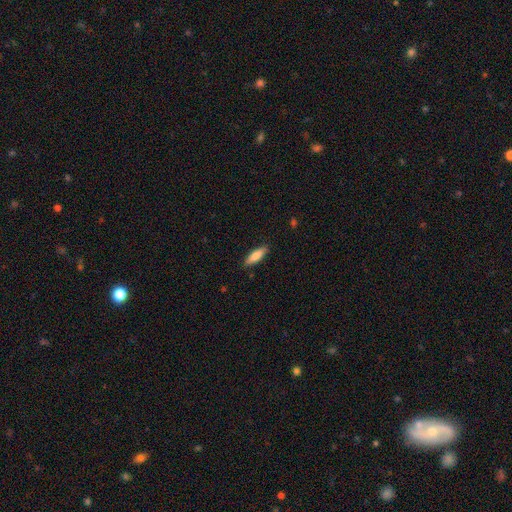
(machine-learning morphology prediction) Overall: smooth (79%). How rounded: cigar-shaped (52%; in between 46%). Merging: none (88%).